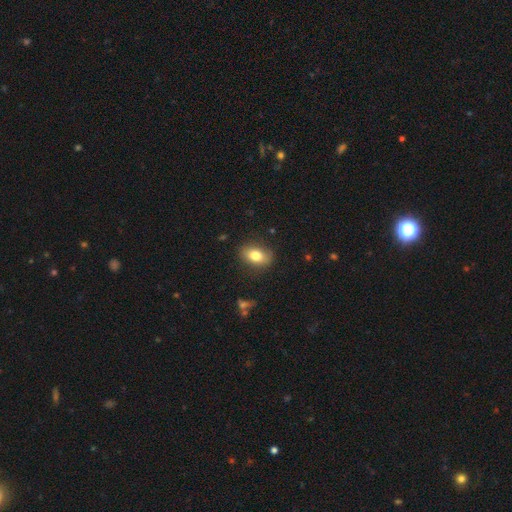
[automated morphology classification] A smooth galaxy with no disk features (80%) that is in between round and cigar-shaped (82%). Merging: none (83%).